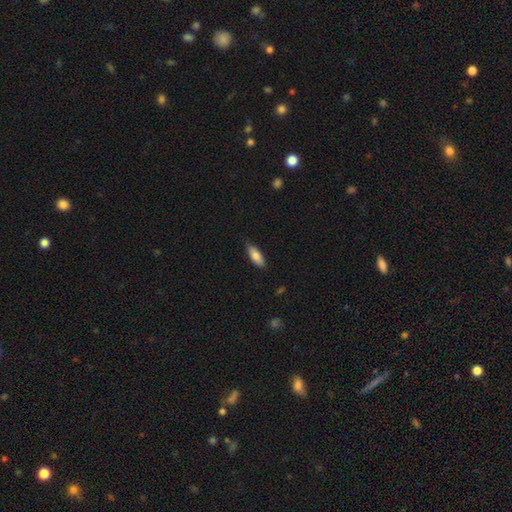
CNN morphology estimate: Smooth or featured?
  - smooth: 81% *
  - featured or disk: 13%
  - star or artifact: 6%
How rounded?
  - in between: 73% *
  - cigar-shaped: 25%
  - round: 2%
Merging?
  - none: 81% *
  - minor disturbance: 16%
  - major disturbance: 2%
  - merger: 1%